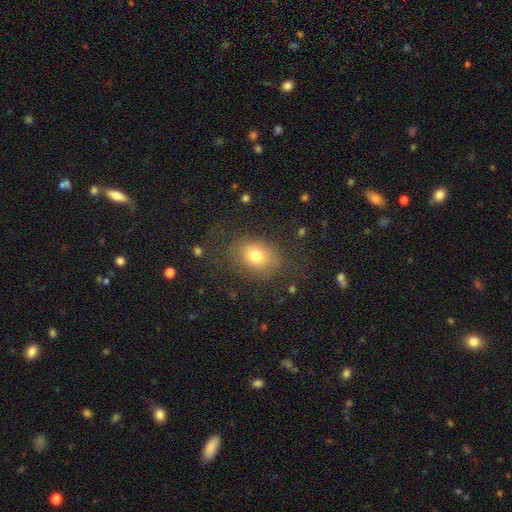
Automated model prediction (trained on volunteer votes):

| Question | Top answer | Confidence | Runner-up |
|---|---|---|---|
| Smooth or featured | smooth | 74% | featured or disk (15%) |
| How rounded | in between | 65% | round (34%) |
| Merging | none | 72% | minor disturbance (16%) |